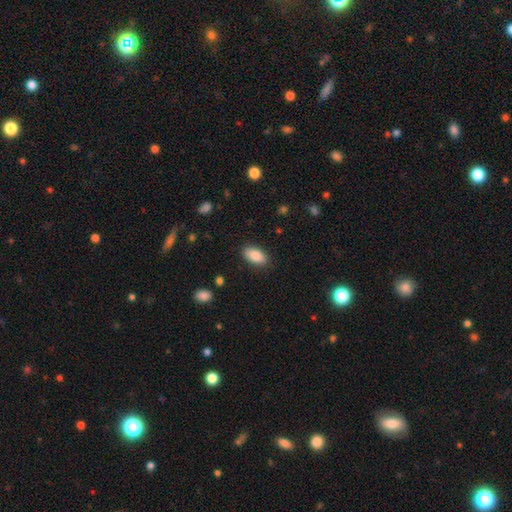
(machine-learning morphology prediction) Smooth or featured?
  - smooth: 86% *
  - featured or disk: 7%
  - star or artifact: 7%
How rounded?
  - in between: 93% *
  - cigar-shaped: 4%
  - round: 4%
Merging?
  - none: 87% *
  - minor disturbance: 9%
  - major disturbance: 2%
  - merger: 1%